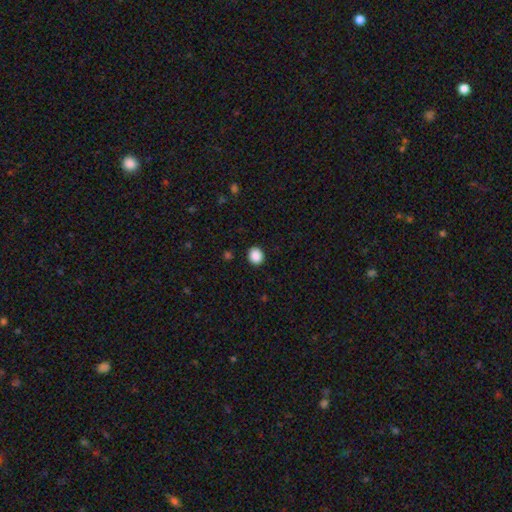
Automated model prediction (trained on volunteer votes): Smooth or featured? smooth (89%)
How rounded? round (79%)
Merging? none (92%)